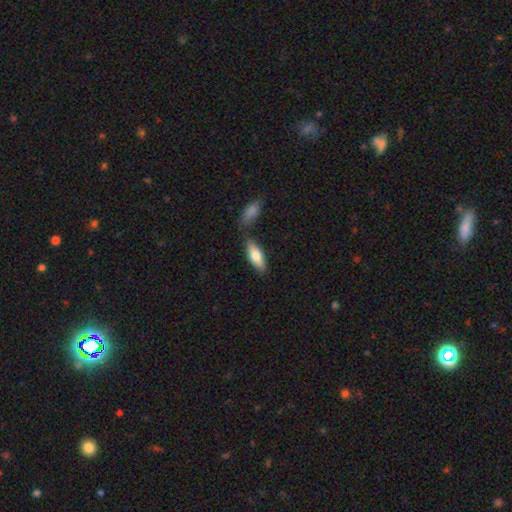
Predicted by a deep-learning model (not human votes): Q: Smooth or featured?
A: smooth (76%); runner-up: featured or disk (19%)
Q: How rounded?
A: in between (66%); runner-up: cigar-shaped (32%)
Q: Merging?
A: none (73%); runner-up: minor disturbance (13%)